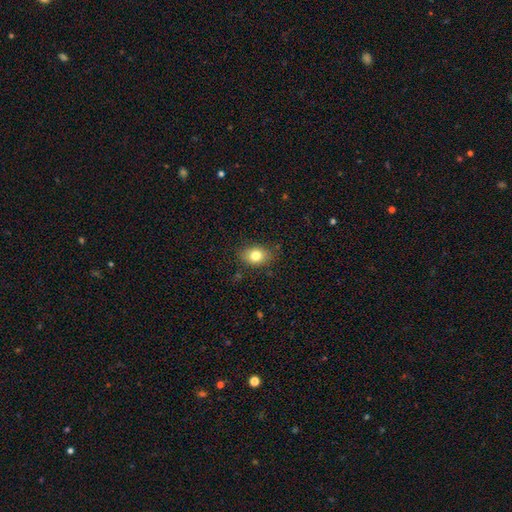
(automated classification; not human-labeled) A smooth galaxy with no disk features (81%) that is in between round and cigar-shaped (70%).

Vote fractions:
- Smooth or featured? smooth: 81% / featured or disk: 10% / star or artifact: 10%
- How rounded? in between: 70% / round: 29% / cigar-shaped: 1%
- Merging? none: 83% / minor disturbance: 13% / major disturbance: 3% / merger: 1%